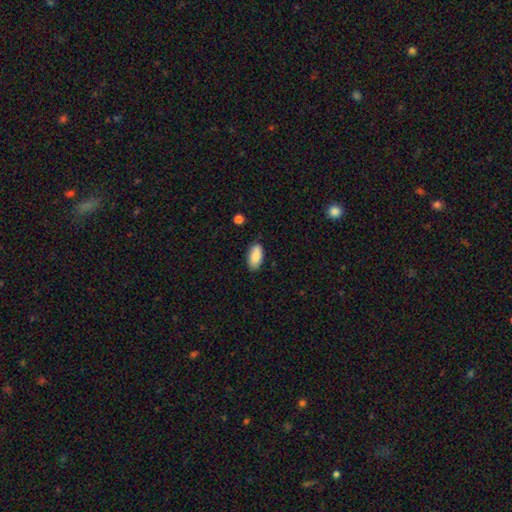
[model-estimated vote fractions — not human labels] This is clearly a smooth galaxy (88%). How rounded: clearly in between (92%). Merging: clearly none (83%).